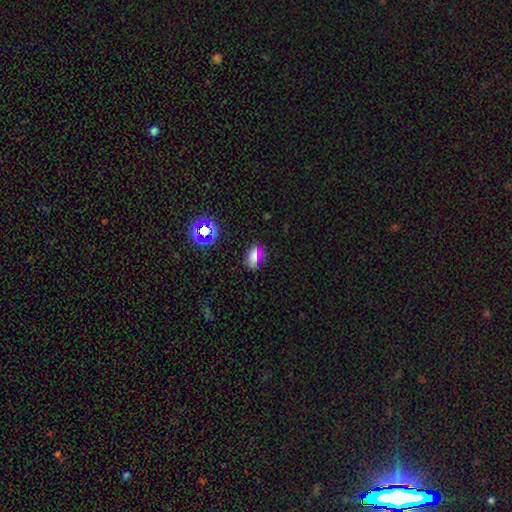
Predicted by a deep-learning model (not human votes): Morphology: type=smooth (67%); roundness=in between (79%); merging=none (80%).